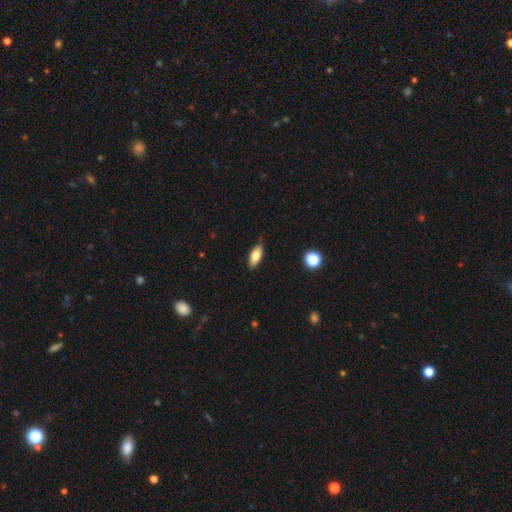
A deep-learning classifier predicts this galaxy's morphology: Q: Smooth or featured?
A: smooth (81%); runner-up: featured or disk (12%)
Q: How rounded?
A: in between (81%); runner-up: cigar-shaped (17%)
Q: Merging?
A: none (81%); runner-up: minor disturbance (15%)